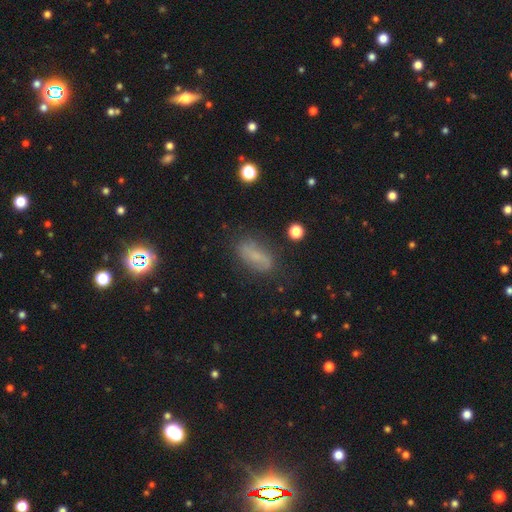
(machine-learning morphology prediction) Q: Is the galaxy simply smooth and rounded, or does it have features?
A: smooth — 58%.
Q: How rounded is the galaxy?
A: in between — 77%.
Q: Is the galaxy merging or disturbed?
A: none — 75%.